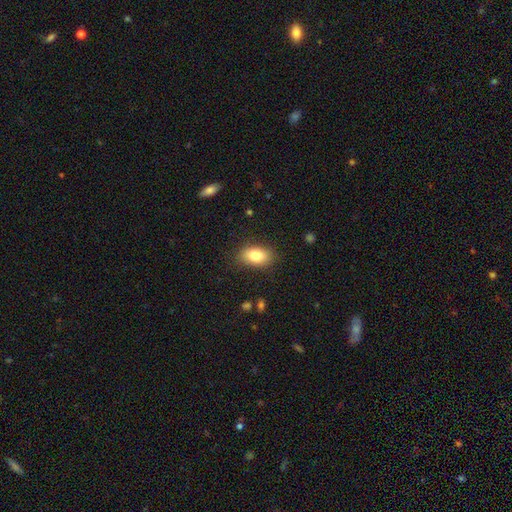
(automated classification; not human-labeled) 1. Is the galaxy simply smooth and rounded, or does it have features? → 81% smooth, 11% featured or disk, 8% star or artifact.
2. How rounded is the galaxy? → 89% in between, 8% round, 2% cigar-shaped.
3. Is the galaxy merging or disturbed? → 85% none, 11% minor disturbance, 3% major disturbance, 1% merger.